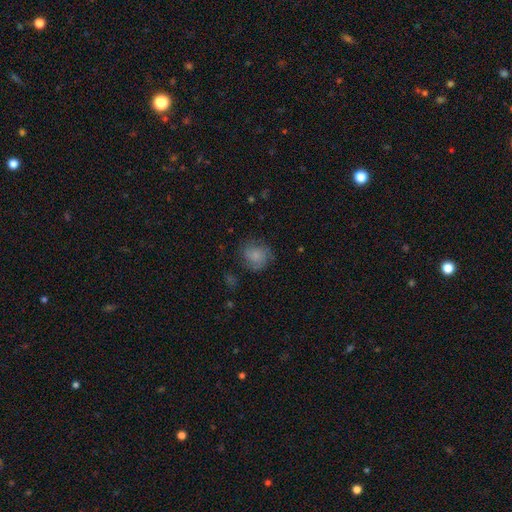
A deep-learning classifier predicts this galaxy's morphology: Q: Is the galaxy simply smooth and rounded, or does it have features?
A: smooth — 62%.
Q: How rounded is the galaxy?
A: round — 80%.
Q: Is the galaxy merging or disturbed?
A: none — 68%.